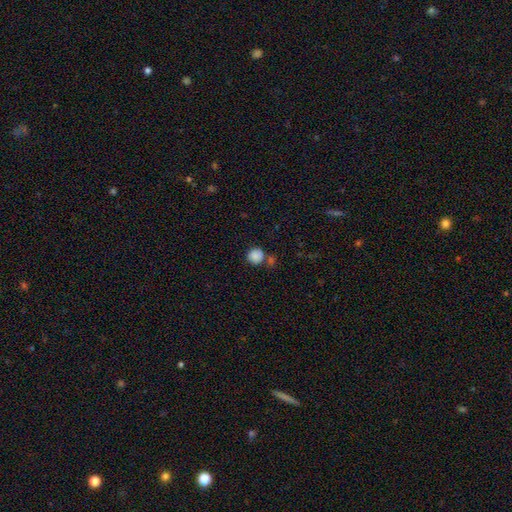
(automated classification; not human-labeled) smooth_or_featured: smooth (p=0.86) [alt: star or artifact p=0.10]
how_rounded: round (p=0.90) [alt: in between p=0.09]
merging: none (p=0.67) [alt: merger p=0.17]